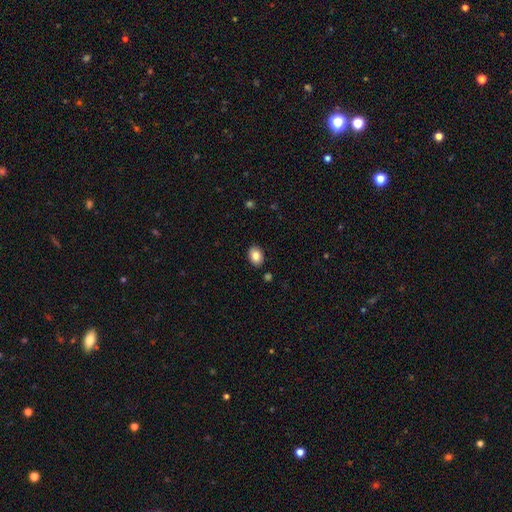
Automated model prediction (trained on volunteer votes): Q: Smooth or featured?
A: smooth (84%); runner-up: featured or disk (8%)
Q: How rounded?
A: in between (77%); runner-up: round (22%)
Q: Merging?
A: none (88%); runner-up: minor disturbance (8%)